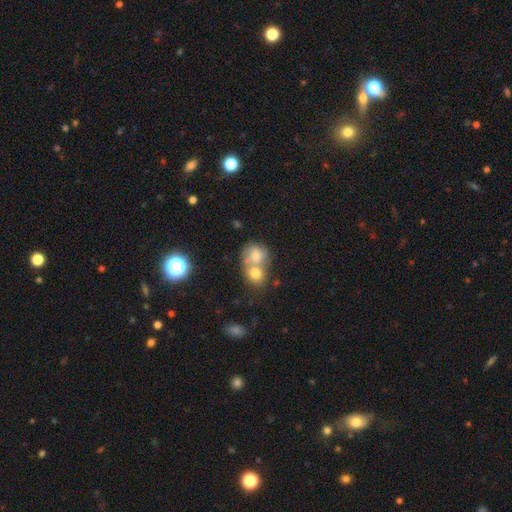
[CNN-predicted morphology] Smooth or featured? Predicted: smooth (p=0.71). How rounded? Predicted: round (p=0.69). Merging? Predicted: merger (p=0.66).